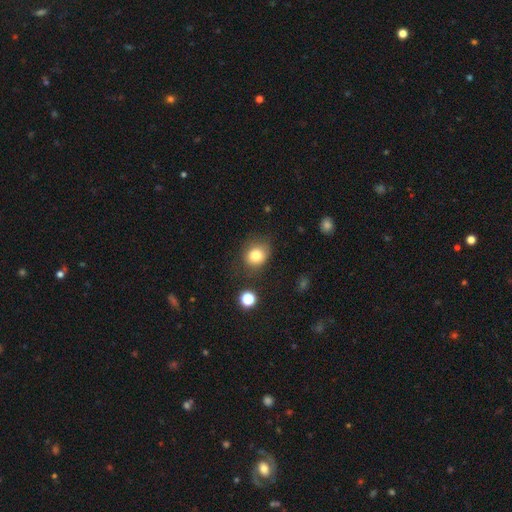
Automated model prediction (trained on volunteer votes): smooth 80%, star or artifact 12%, featured or disk 9%. Down the decision tree: how rounded — round (68%); merging — none (72%).